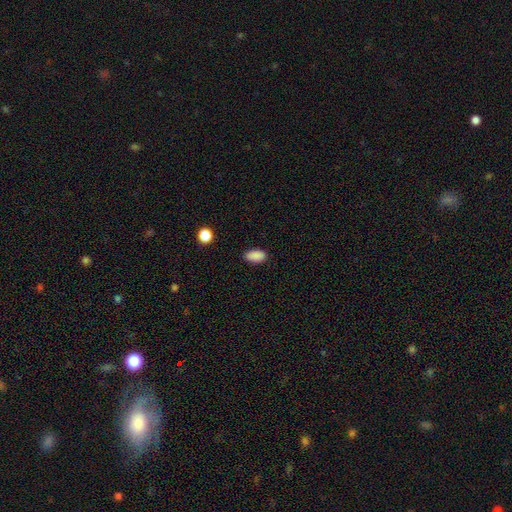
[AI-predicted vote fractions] A smooth galaxy with no disk features (88%) that is in between round and cigar-shaped (93%).

Vote fractions:
- Smooth or featured? smooth: 88% / star or artifact: 9% / featured or disk: 3%
- How rounded? in between: 93% / round: 5% / cigar-shaped: 2%
- Merging? none: 86% / minor disturbance: 11% / major disturbance: 2% / merger: 1%